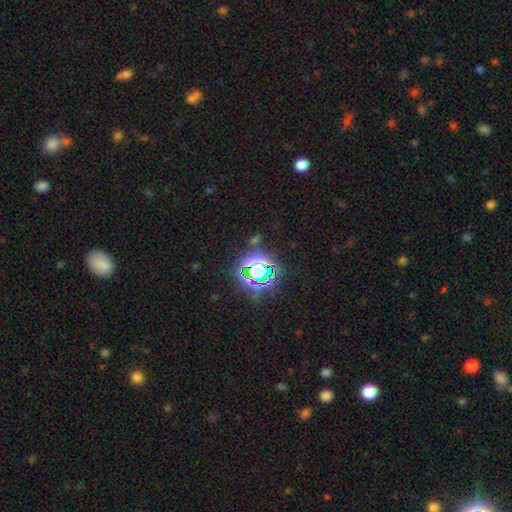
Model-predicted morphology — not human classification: smooth_or_featured: star or artifact (p=0.78) [alt: smooth p=0.14]